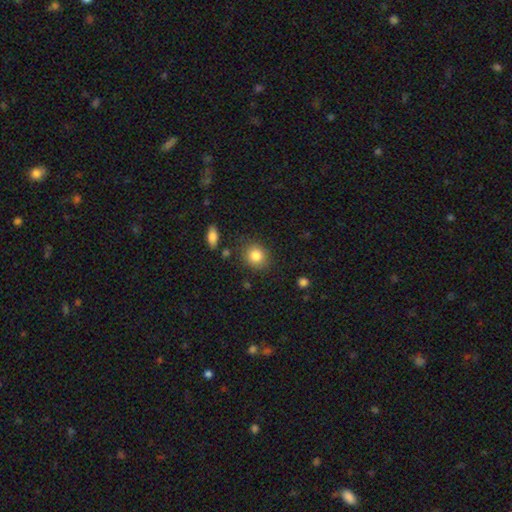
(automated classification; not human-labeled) Q: Smooth or featured?
A: smooth (84%); runner-up: star or artifact (9%)
Q: How rounded?
A: round (78%); runner-up: in between (21%)
Q: Merging?
A: none (85%); runner-up: minor disturbance (10%)